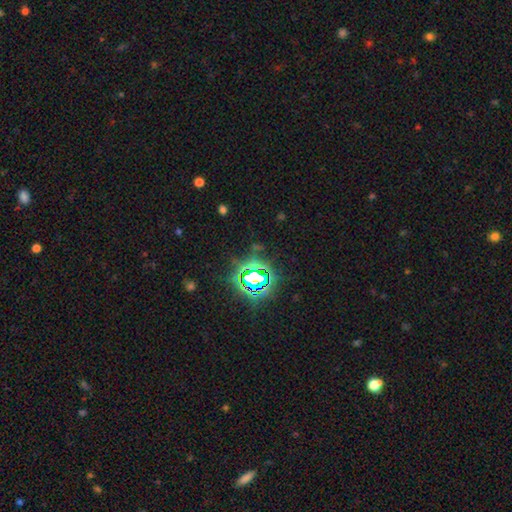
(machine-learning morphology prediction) Smooth or featured?
  - star or artifact: 80% *
  - smooth: 13%
  - featured or disk: 8%